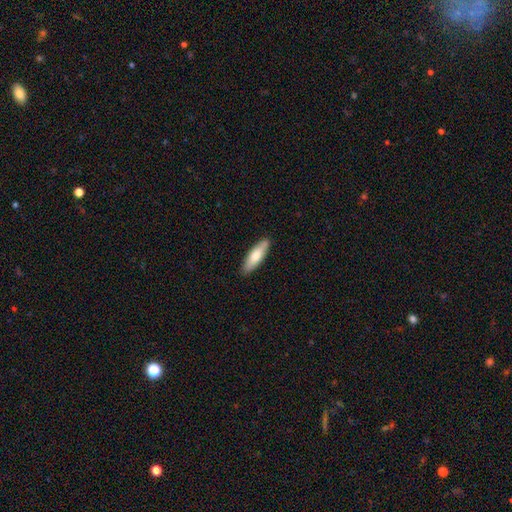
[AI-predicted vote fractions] smooth 73%, featured or disk 21%, star or artifact 5%. Down the decision tree: how rounded — cigar-shaped (55%); merging — none (86%).